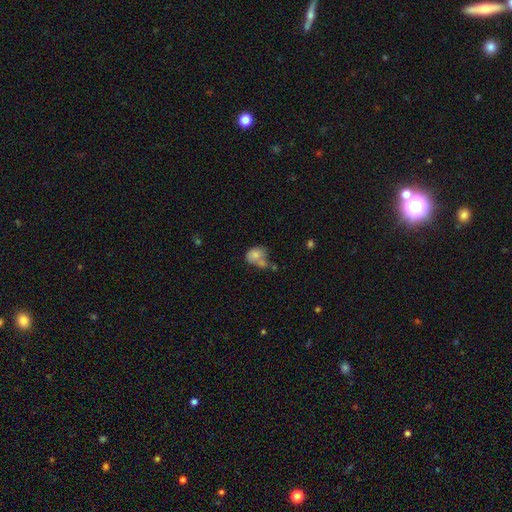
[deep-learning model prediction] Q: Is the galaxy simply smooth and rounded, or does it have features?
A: smooth — 77%.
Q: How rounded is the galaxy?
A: in between — 55%.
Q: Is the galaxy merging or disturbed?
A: merger — 41%.